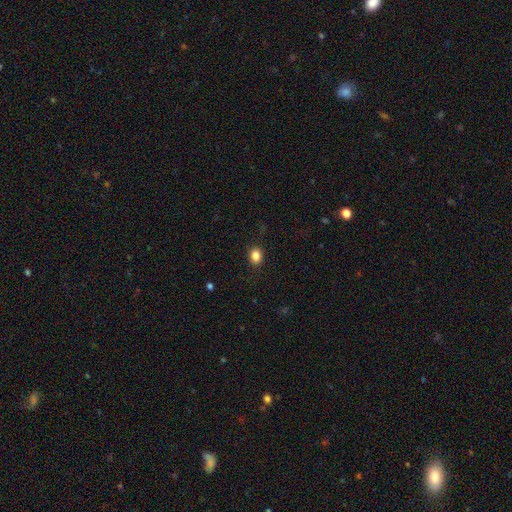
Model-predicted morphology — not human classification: Smooth or featured: smooth — 85% (star or artifact — 11%)
How rounded: in between — 50% (round — 49%)
Merging: none — 87% (minor disturbance — 9%)